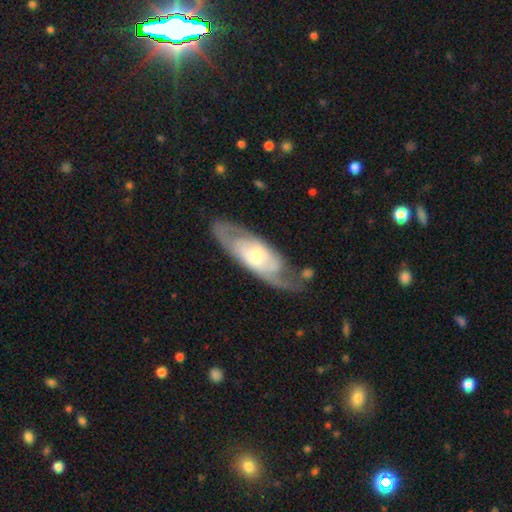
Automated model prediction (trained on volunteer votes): Q: Smooth or featured?
A: featured or disk (74%); runner-up: smooth (21%)
Q: Edge-on disk?
A: no (84%); runner-up: yes (16%)
Q: Bar?
A: no (64%); runner-up: weak (29%)
Q: Spiral arms?
A: yes (86%); runner-up: no (14%)
Q: Spiral winding?
A: tight (45%); runner-up: medium (39%)
Q: Spiral arm count?
A: 2 (58%); runner-up: can't tell (27%)
Q: Bulge size?
A: moderate (49%); runner-up: small (41%)
Q: Merging?
A: none (68%); runner-up: minor disturbance (20%)